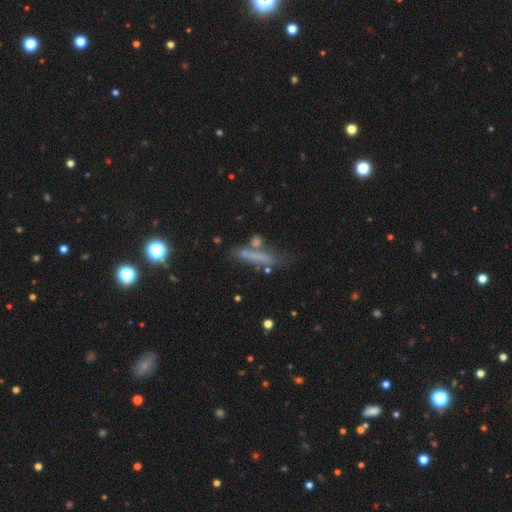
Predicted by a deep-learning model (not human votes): Smooth or featured?
  - smooth: 60% *
  - featured or disk: 27%
  - star or artifact: 13%
How rounded?
  - cigar-shaped: 85% *
  - in between: 12%
  - round: 3%
Merging?
  - none: 60% *
  - minor disturbance: 19%
  - merger: 12%
  - major disturbance: 9%